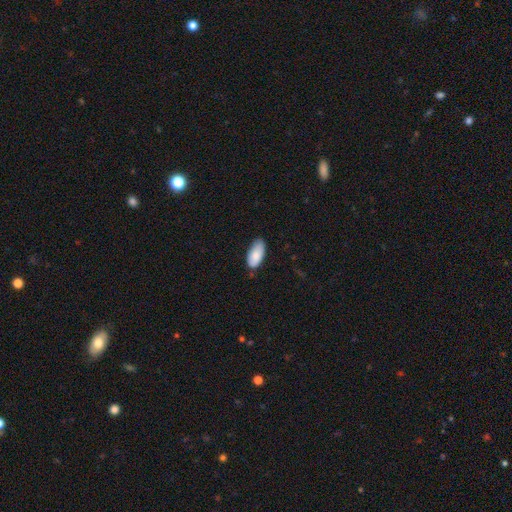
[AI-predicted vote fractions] Overall: smooth (85%). How rounded: in between (93%). Merging: none (70%).